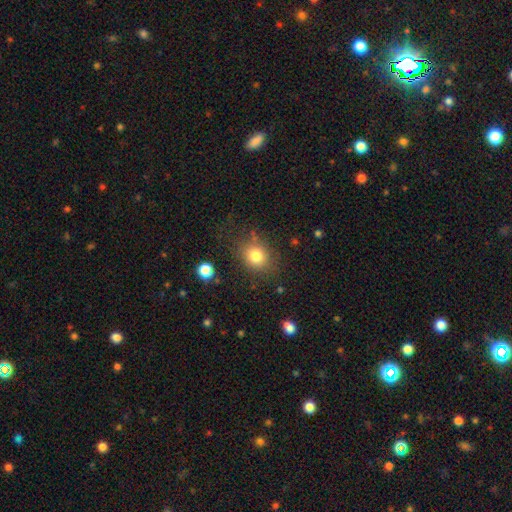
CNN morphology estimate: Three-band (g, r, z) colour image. It shows a smooth galaxy with no disk features (80%) that is round (68%). Merging: none (77%).